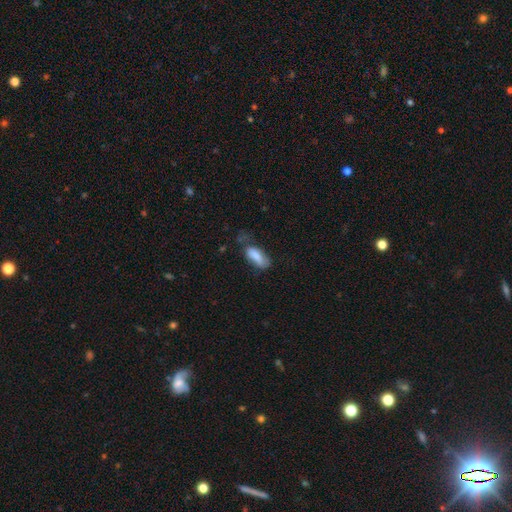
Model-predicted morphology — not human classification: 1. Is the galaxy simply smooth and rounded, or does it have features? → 81% smooth, 12% featured or disk, 7% star or artifact.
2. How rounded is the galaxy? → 76% in between, 22% cigar-shaped, 2% round.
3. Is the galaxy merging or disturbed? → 42% none, 34% minor disturbance, 19% major disturbance, 5% merger.